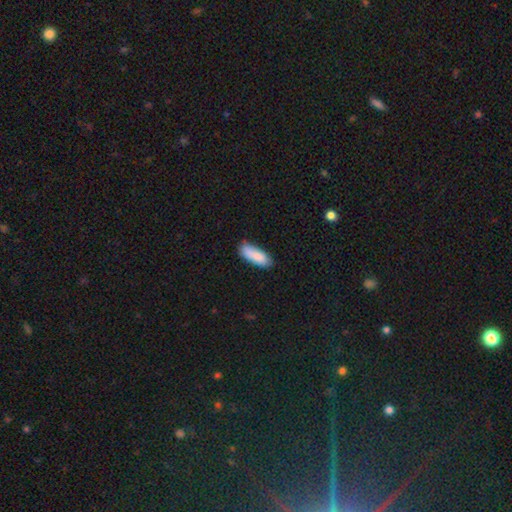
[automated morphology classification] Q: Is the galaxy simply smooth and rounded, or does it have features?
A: smooth — 85%.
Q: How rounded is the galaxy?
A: in between — 67%.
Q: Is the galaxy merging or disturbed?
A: none — 68%.